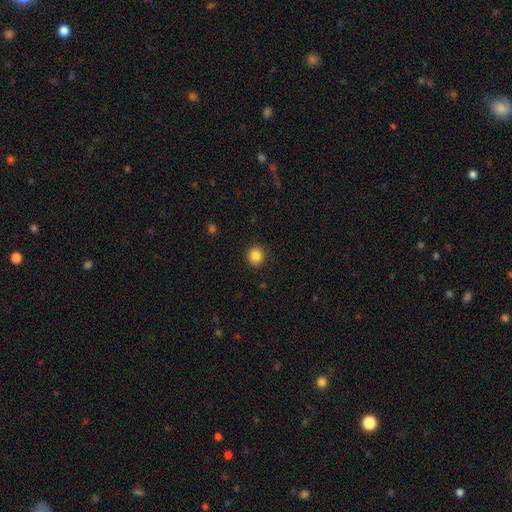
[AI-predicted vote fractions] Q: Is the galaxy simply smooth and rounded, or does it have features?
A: smooth — 85%.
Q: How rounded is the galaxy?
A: round — 92%.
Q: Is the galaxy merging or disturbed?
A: none — 92%.